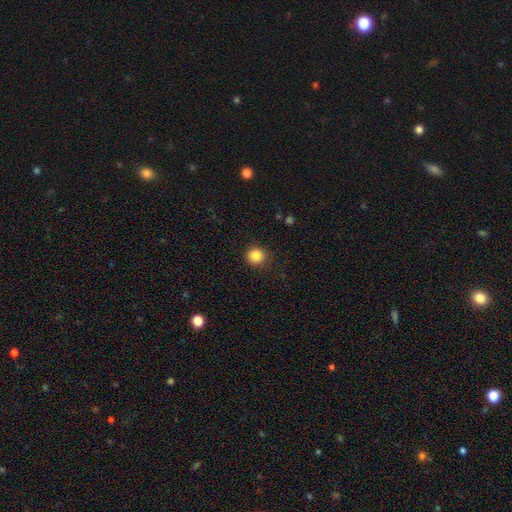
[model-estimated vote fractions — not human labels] This appears to be a smooth galaxy with no disk features (85%) that is round (91%). Merging: none (89%).